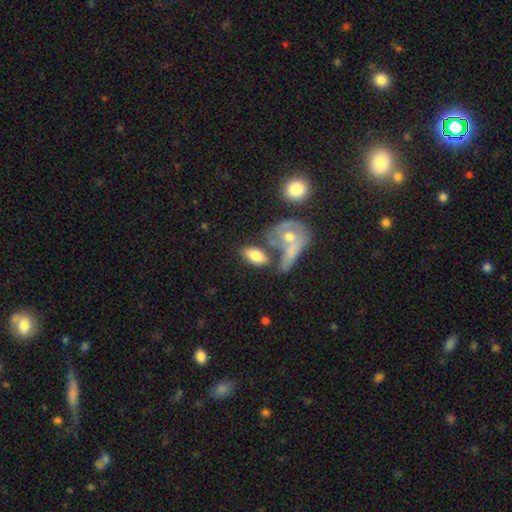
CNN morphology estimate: Q: Smooth or featured?
A: smooth (72%); runner-up: featured or disk (22%)
Q: How rounded?
A: in between (89%); runner-up: cigar-shaped (6%)
Q: Merging?
A: none (51%); runner-up: merger (28%)